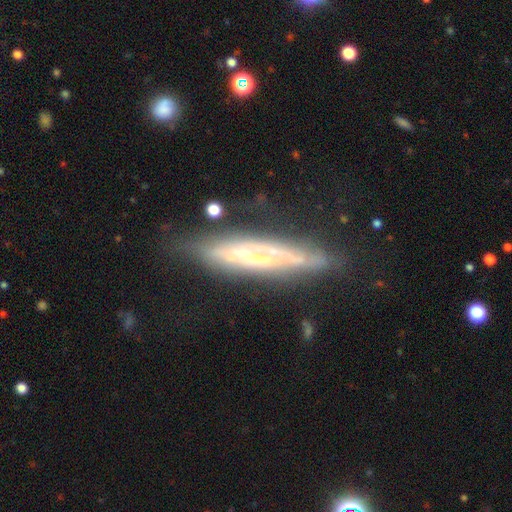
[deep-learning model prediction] The model was most divided on "edge-on bulge": none: 54%, rounded: 32%, boxy: 15%. More confident: edge-on disk — yes (76%); smooth or featured — featured or disk (71%); merging — none (71%).